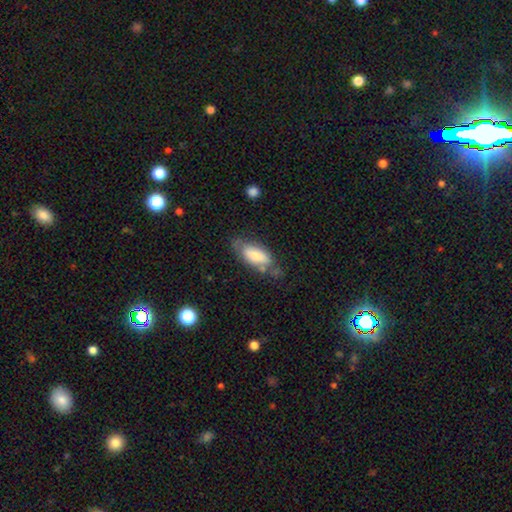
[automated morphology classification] type=smooth (73%); roundness=in between (83%); merging=none (52%).